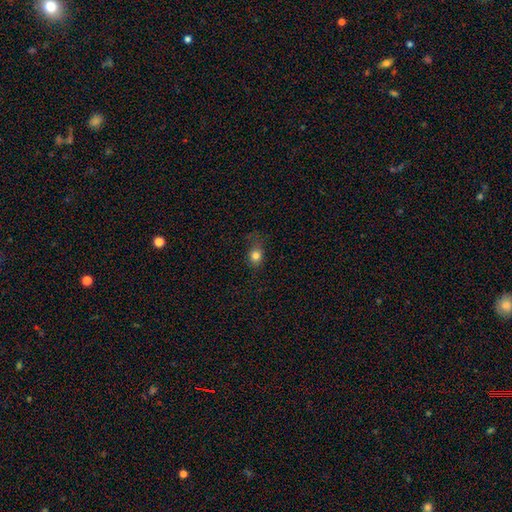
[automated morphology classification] A smooth galaxy with no disk features (80%) that is round (60%). Merging: none (61%).